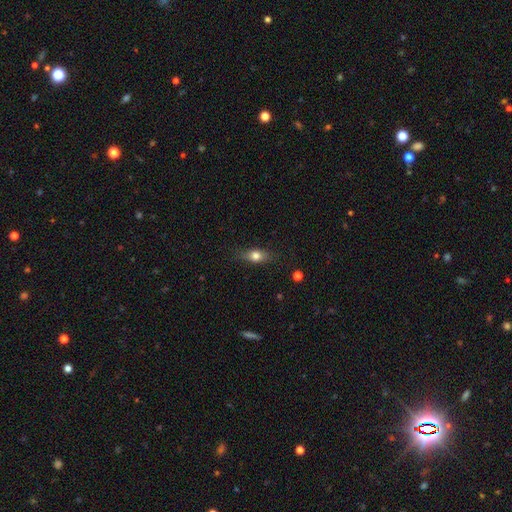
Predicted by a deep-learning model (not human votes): A smooth galaxy with no disk features (69%) that is in between round and cigar-shaped (67%).

Vote fractions:
- Smooth or featured? smooth: 69% / featured or disk: 22% / star or artifact: 9%
- How rounded? in between: 67% / cigar-shaped: 20% / round: 14%
- Merging? none: 79% / minor disturbance: 16% / major disturbance: 4% / merger: 1%